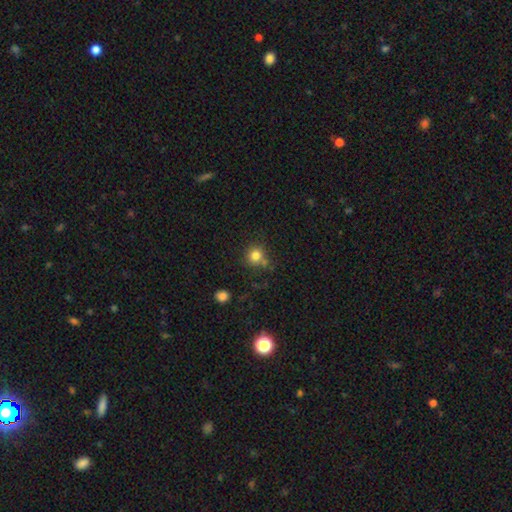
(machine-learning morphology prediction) Smooth or featured? smooth (81%)
How rounded? round (88%)
Merging? none (69%)